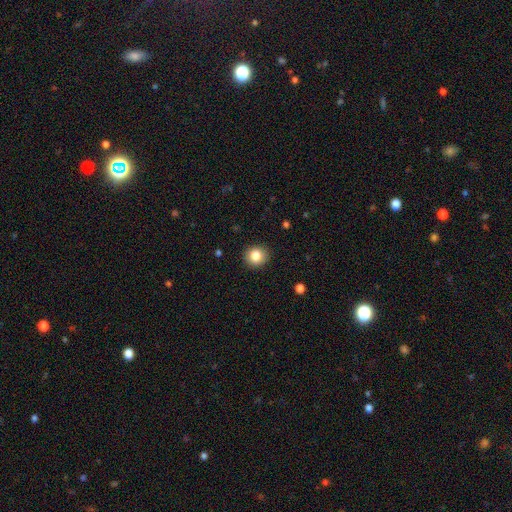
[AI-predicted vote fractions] smooth-or-featured: smooth: 84% | star or artifact: 10% | featured or disk: 7%
  how-rounded: round: 87% | in between: 12% | cigar-shaped: 1%
  merging: none: 91% | minor disturbance: 6% | major disturbance: 2% | merger: 1%